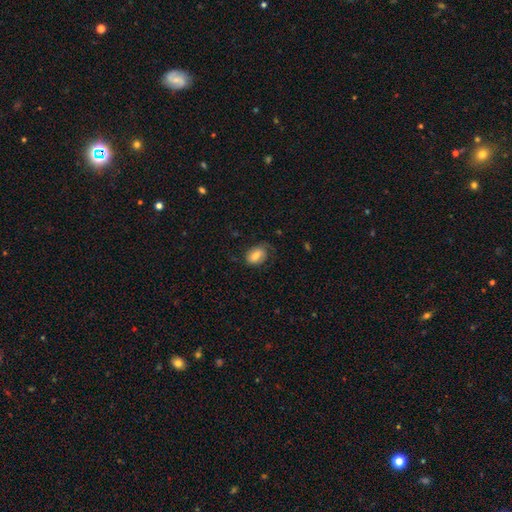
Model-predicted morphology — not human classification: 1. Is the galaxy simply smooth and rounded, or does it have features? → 68% smooth, 24% featured or disk, 8% star or artifact.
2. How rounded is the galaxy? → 82% in between, 16% round, 2% cigar-shaped.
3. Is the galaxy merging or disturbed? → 52% none, 29% minor disturbance, 17% major disturbance, 1% merger.